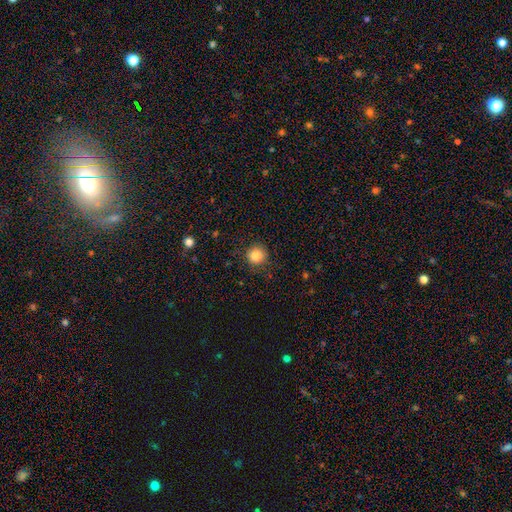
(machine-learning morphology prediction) smooth_or_featured: smooth (p=0.83) [alt: star or artifact p=0.11]
how_rounded: round (p=0.93) [alt: in between p=0.06]
merging: none (p=0.85) [alt: minor disturbance p=0.10]